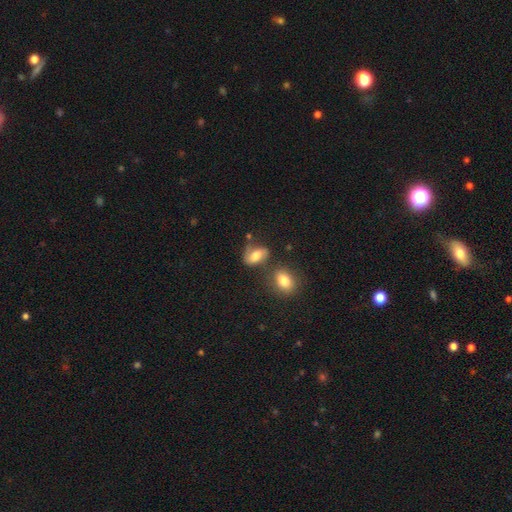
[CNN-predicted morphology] Overall: smooth (54%; featured or disk 37%). How rounded: in between (83%). Merging: none (53%; minor disturbance 22%).